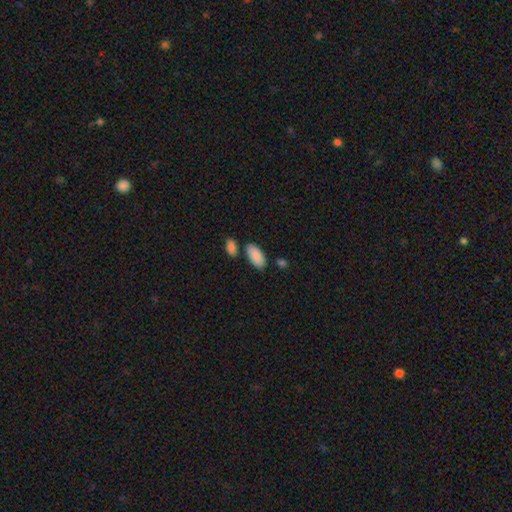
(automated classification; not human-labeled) smooth-or-featured: smooth: 89% | star or artifact: 6% | featured or disk: 5%
  how-rounded: in between: 93% | cigar-shaped: 5% | round: 2%
  merging: none: 76% | minor disturbance: 12% | merger: 9% | major disturbance: 3%